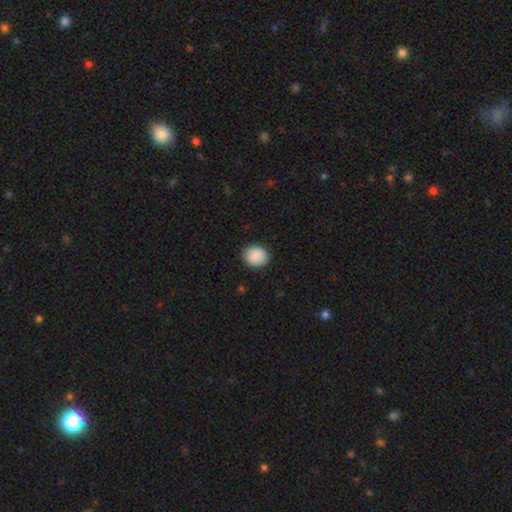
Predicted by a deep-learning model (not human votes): Q: Smooth or featured?
A: smooth (90%); runner-up: star or artifact (7%)
Q: How rounded?
A: round (68%); runner-up: in between (31%)
Q: Merging?
A: none (89%); runner-up: minor disturbance (8%)